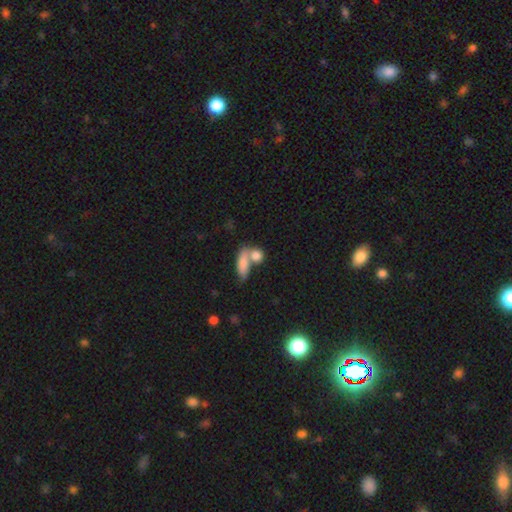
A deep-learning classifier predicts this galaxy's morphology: smooth 78%, featured or disk 11%, star or artifact 11%. Down the decision tree: how rounded — in between (52%); merging — merger (45%).